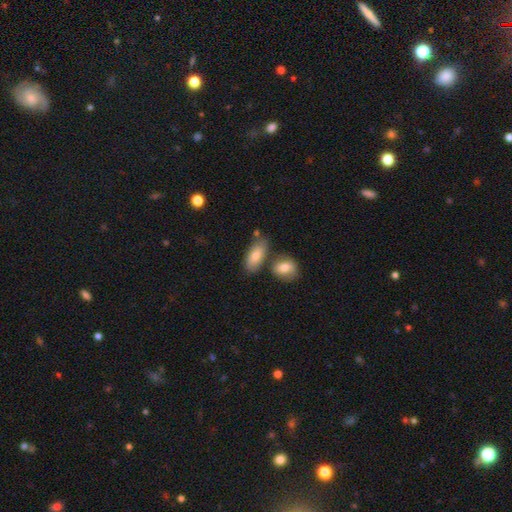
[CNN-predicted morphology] Smooth or featured: smooth — 77% (featured or disk — 17%)
How rounded: in between — 84% (cigar-shaped — 12%)
Merging: none — 62% (merger — 20%)